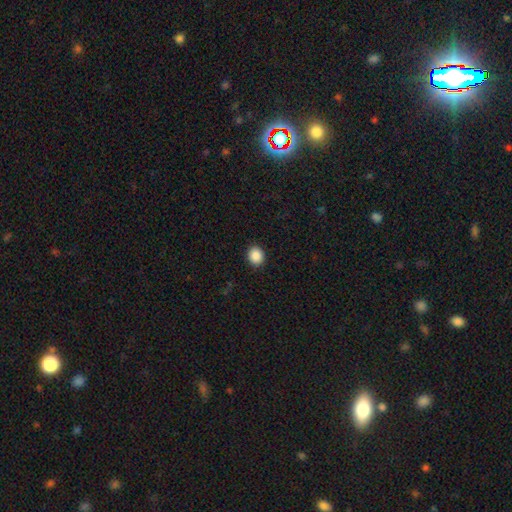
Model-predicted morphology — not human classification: This is clearly a smooth galaxy (89%). How rounded: likely round (68%). Merging: clearly none (91%).